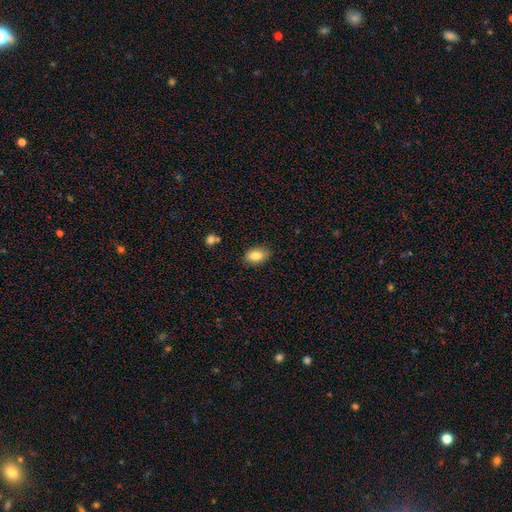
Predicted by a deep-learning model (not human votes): A smooth galaxy with no disk features (83%) that is in between round and cigar-shaped (86%). Merging: none (84%).